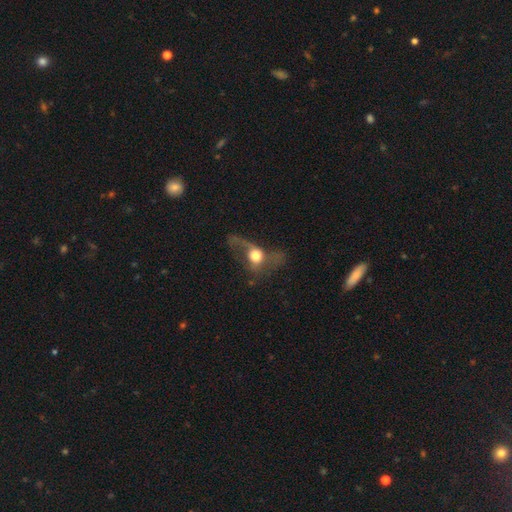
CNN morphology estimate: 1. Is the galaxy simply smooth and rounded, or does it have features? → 46% smooth, 43% featured or disk, 12% star or artifact.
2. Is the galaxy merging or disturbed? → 59% major disturbance, 21% none, 15% minor disturbance, 5% merger.